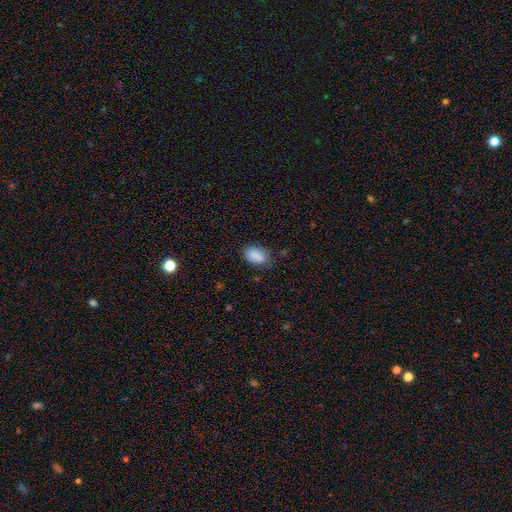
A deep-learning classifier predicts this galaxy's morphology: smooth_or_featured: smooth (p=0.87) [alt: star or artifact p=0.08]
how_rounded: in between (p=0.91) [alt: round p=0.07]
merging: none (p=0.72) [alt: minor disturbance p=0.21]